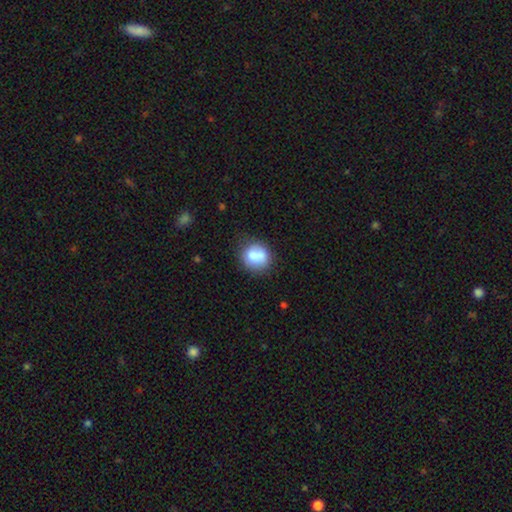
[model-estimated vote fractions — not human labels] Morphology: type=smooth (79%); roundness=round (74%); merging=none (68%).